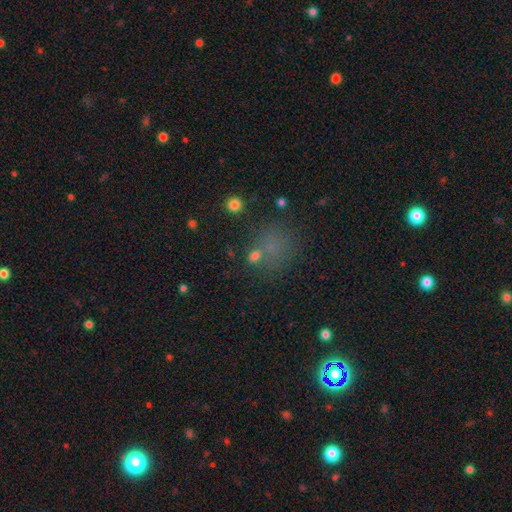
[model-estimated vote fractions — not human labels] A smooth galaxy with no disk features (58%) that is round (67%).

Vote fractions:
- Smooth or featured? smooth: 58% / star or artifact: 29% / featured or disk: 13%
- How rounded? round: 67% / in between: 32% / cigar-shaped: 1%
- Merging? none: 56% / merger: 16% / minor disturbance: 15% / major disturbance: 12%